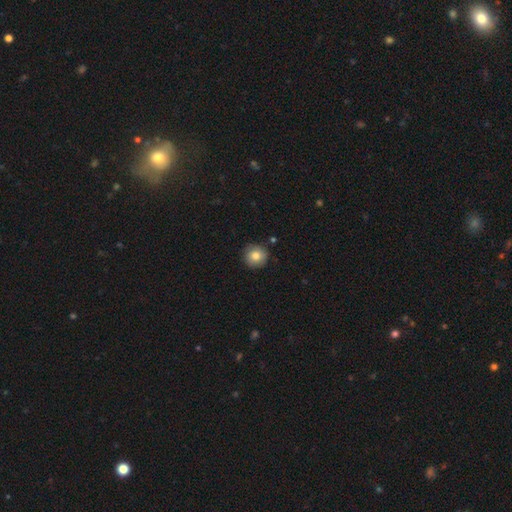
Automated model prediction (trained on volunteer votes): Q: Smooth or featured?
A: smooth (82%); runner-up: featured or disk (9%)
Q: How rounded?
A: round (94%); runner-up: in between (5%)
Q: Merging?
A: none (89%); runner-up: minor disturbance (8%)